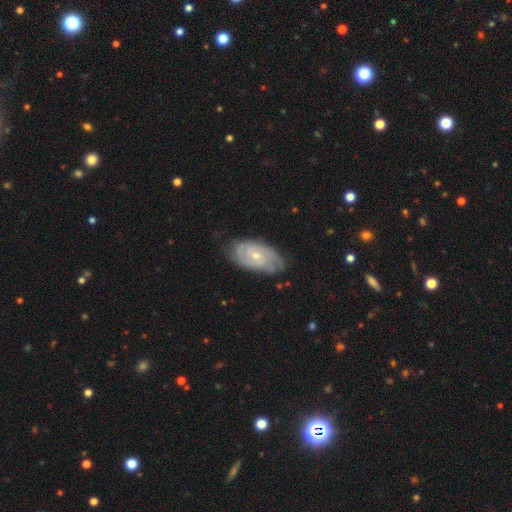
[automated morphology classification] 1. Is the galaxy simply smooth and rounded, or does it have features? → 84% featured or disk, 11% smooth, 5% star or artifact.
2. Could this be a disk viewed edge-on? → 96% no, 4% yes.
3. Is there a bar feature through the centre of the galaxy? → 57% no, 37% weak, 6% strong.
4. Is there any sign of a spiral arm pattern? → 96% yes, 4% no.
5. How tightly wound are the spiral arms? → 67% tight, 27% medium, 5% loose.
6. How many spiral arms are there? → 56% 2, 19% can't tell, 14% 3, 5% 4, 3% 1, 3% more than 4.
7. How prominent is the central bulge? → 57% small, 40% moderate, 1% none, 1% large, 1% dominant.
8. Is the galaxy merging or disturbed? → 77% none, 18% minor disturbance, 4% major disturbance, 1% merger.